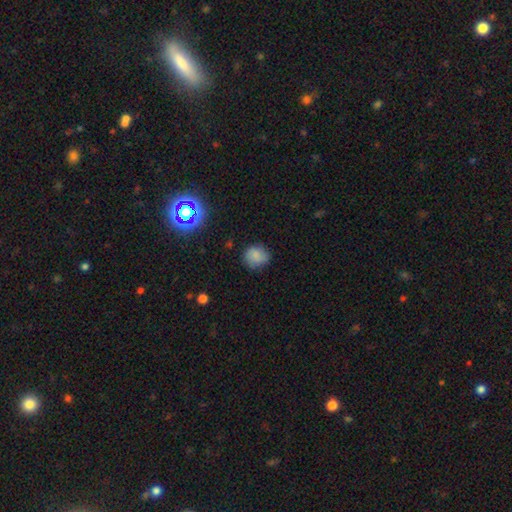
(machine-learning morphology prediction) Smooth or featured?
  - smooth: 79% *
  - star or artifact: 12%
  - featured or disk: 9%
How rounded?
  - round: 81% *
  - in between: 18%
  - cigar-shaped: 1%
Merging?
  - none: 74% *
  - minor disturbance: 20%
  - major disturbance: 5%
  - merger: 2%